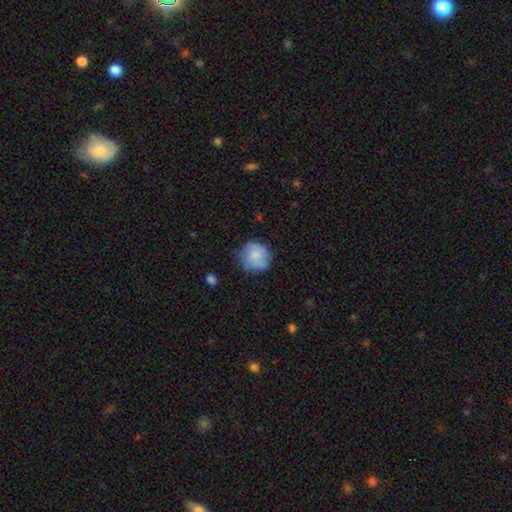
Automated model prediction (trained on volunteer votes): Smooth or featured?
  - smooth: 68% *
  - featured or disk: 25%
  - star or artifact: 7%
How rounded?
  - round: 91% *
  - in between: 8%
  - cigar-shaped: 1%
Merging?
  - none: 72% *
  - minor disturbance: 20%
  - major disturbance: 6%
  - merger: 2%